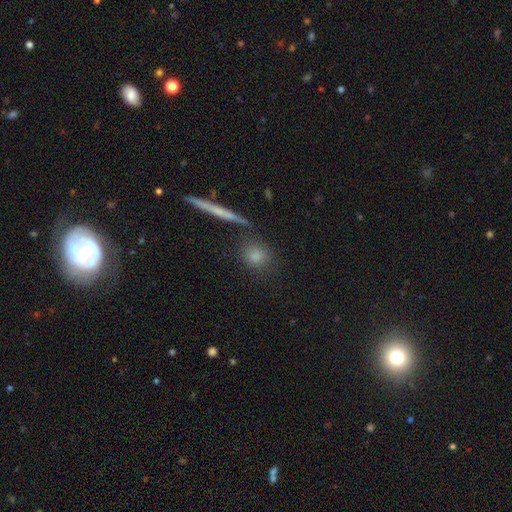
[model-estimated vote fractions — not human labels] Smooth or featured?
  - smooth: 79% *
  - star or artifact: 11%
  - featured or disk: 10%
How rounded?
  - round: 75% *
  - in between: 17%
  - cigar-shaped: 7%
Merging?
  - none: 78% *
  - minor disturbance: 11%
  - merger: 7%
  - major disturbance: 4%